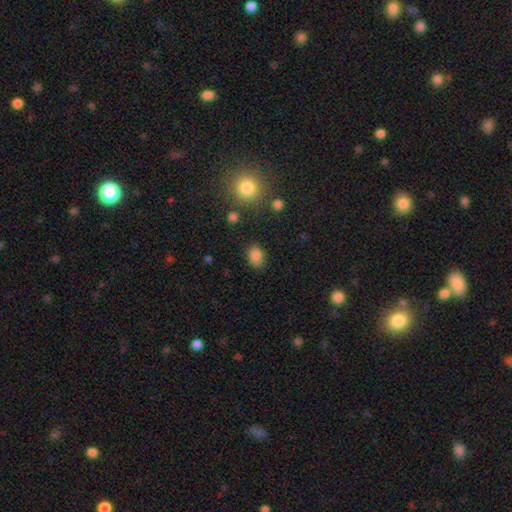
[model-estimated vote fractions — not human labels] Smooth or featured? smooth (83%)
How rounded? in between (64%)
Merging? none (83%)